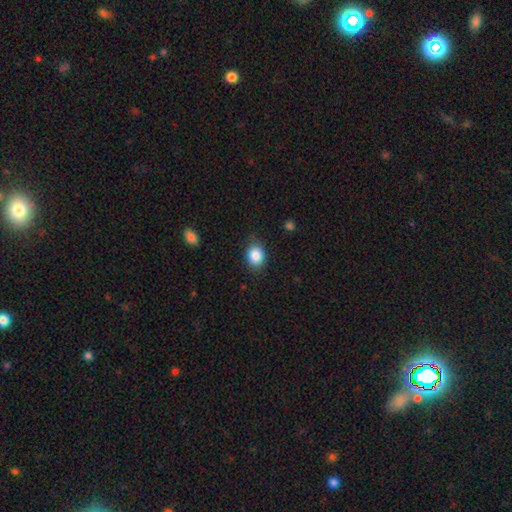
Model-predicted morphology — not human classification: smooth 86%, star or artifact 9%, featured or disk 5%. Down the decision tree: how rounded — round (51%); merging — none (82%).